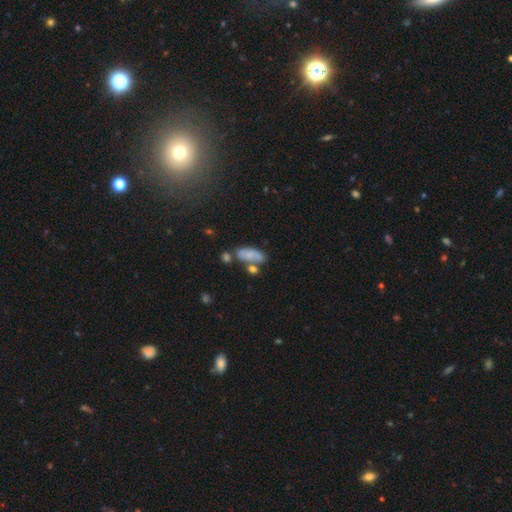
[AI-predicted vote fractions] This appears to be a smooth galaxy with no disk features (49%). Merging: none (46%).